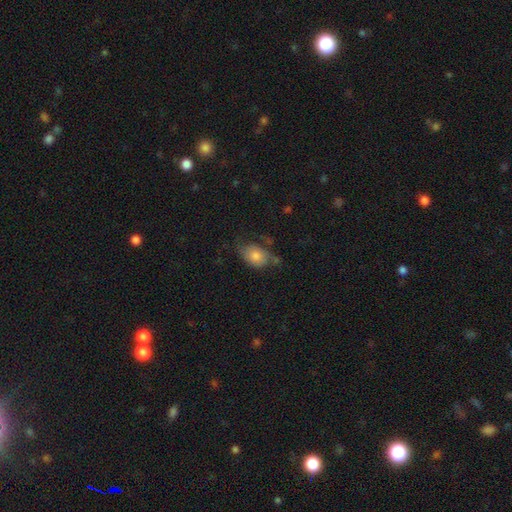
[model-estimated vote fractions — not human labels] A smooth galaxy with no disk features (70%) that is in between round and cigar-shaped (78%).

Vote fractions:
- Smooth or featured? smooth: 70% / featured or disk: 20% / star or artifact: 9%
- How rounded? in between: 78% / round: 20% / cigar-shaped: 2%
- Merging? none: 47% / minor disturbance: 32% / major disturbance: 16% / merger: 5%